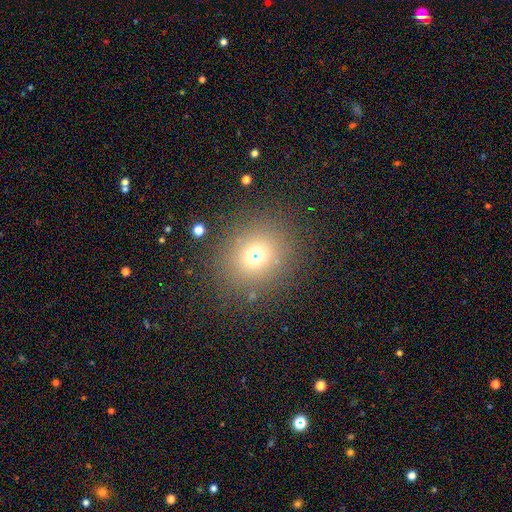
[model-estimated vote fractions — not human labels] Smooth or featured?
  - smooth: 66% *
  - star or artifact: 23%
  - featured or disk: 11%
How rounded?
  - round: 82% *
  - in between: 17%
  - cigar-shaped: 1%
Merging?
  - none: 80% *
  - minor disturbance: 8%
  - merger: 6%
  - major disturbance: 5%